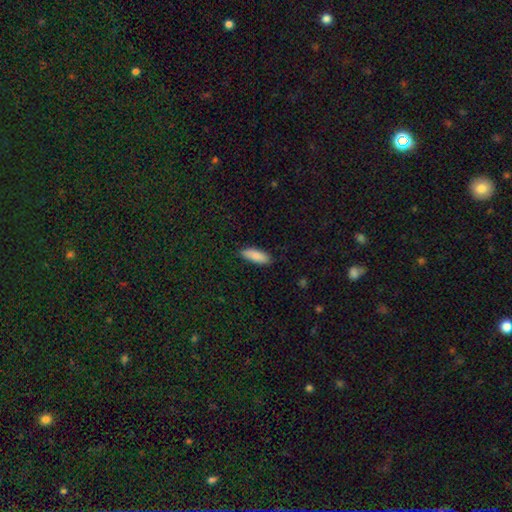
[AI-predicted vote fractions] A smooth galaxy with no disk features (87%) that is in between round and cigar-shaped (64%).

Vote fractions:
- Smooth or featured? smooth: 87% / featured or disk: 7% / star or artifact: 6%
- How rounded? in between: 64% / cigar-shaped: 34% / round: 2%
- Merging? none: 87% / minor disturbance: 10% / major disturbance: 2% / merger: 1%